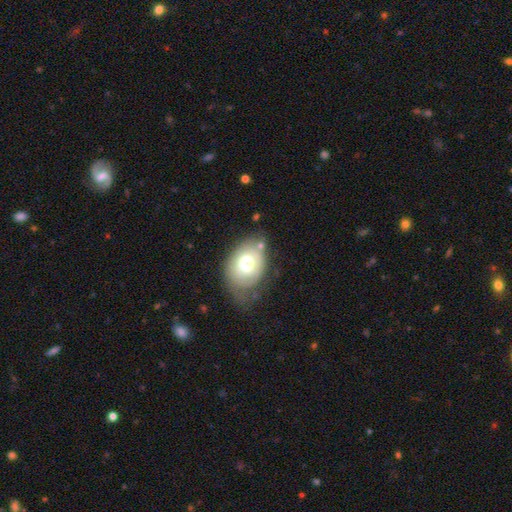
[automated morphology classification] This appears to be a smooth galaxy with no disk features (57%) that is in between round and cigar-shaped (77%). Merging: none (46%).